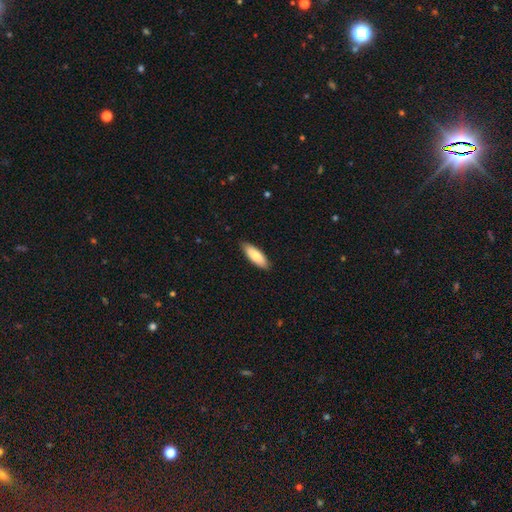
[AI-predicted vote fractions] Smooth or featured: smooth — 84% (featured or disk — 11%)
How rounded: in between — 60% (cigar-shaped — 39%)
Merging: none — 86% (minor disturbance — 11%)